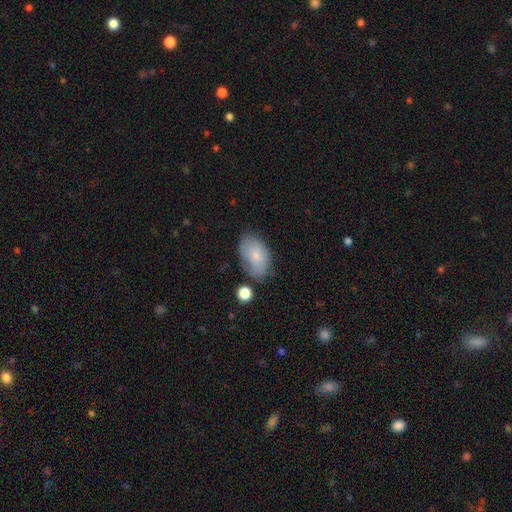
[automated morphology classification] A smooth galaxy with no disk features (75%) that is in between round and cigar-shaped (92%).

Vote fractions:
- Smooth or featured? smooth: 75% / featured or disk: 17% / star or artifact: 7%
- How rounded? in between: 92% / round: 7% / cigar-shaped: 1%
- Merging? none: 62% / minor disturbance: 26% / major disturbance: 7% / merger: 5%